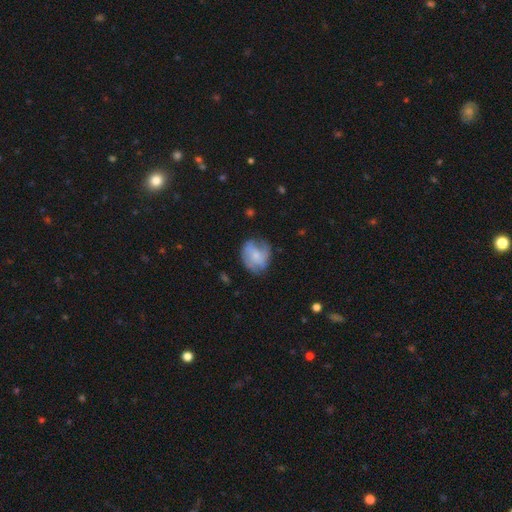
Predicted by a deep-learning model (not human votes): Smooth or featured?
  - smooth: 46% * (tied)
  - featured or disk: 46% * (tied)
  - star or artifact: 8%
Merging?
  - none: 61% *
  - minor disturbance: 25%
  - major disturbance: 12%
  - merger: 2%